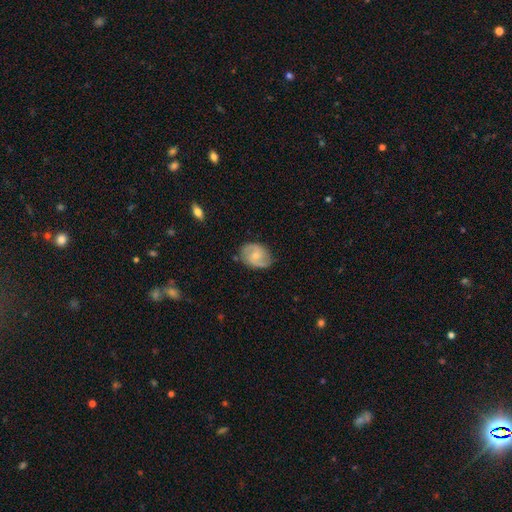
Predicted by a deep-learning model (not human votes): Smooth or featured: featured or disk — 72% (smooth — 23%)
Edge-on disk: no — 97% (yes — 3%)
Bar: no — 53% (weak — 41%)
Spiral arms: yes — 93% (no — 7%)
Spiral winding: medium — 52% (tight — 26%)
Spiral arm count: 2 — 88% (can't tell — 6%)
Bulge size: small — 53% (moderate — 40%)
Merging: none — 77% (minor disturbance — 17%)